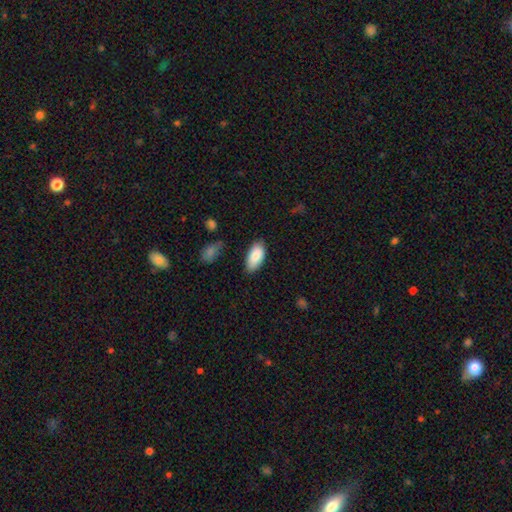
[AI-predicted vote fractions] A smooth galaxy with no disk features (86%) that is in between round and cigar-shaped (94%). Merging: none (78%).